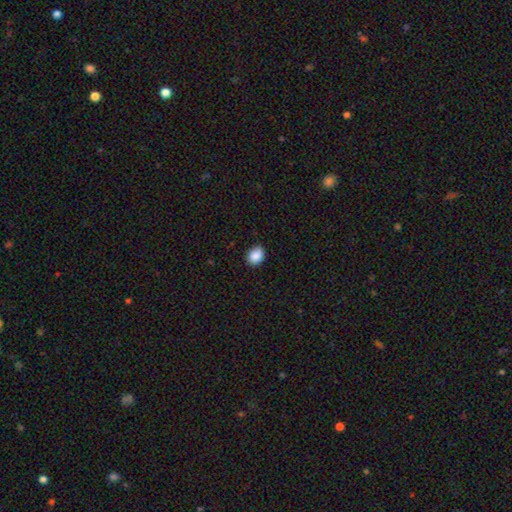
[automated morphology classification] A smooth galaxy with no disk features (89%) that is in between round and cigar-shaped (58%).

Vote fractions:
- Smooth or featured? smooth: 89% / star or artifact: 8% / featured or disk: 3%
- How rounded? in between: 58% / round: 41% / cigar-shaped: 1%
- Merging? none: 89% / minor disturbance: 8% / major disturbance: 2% / merger: 1%